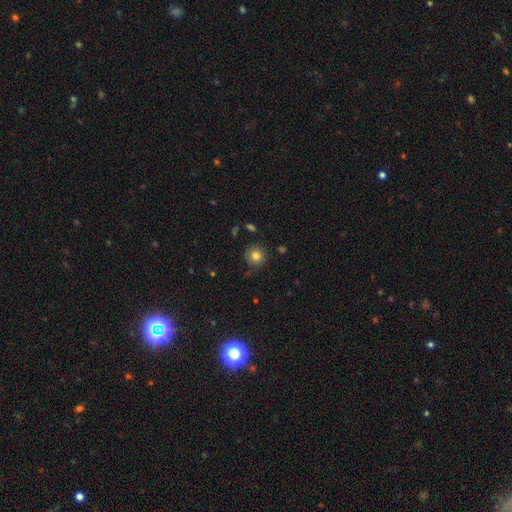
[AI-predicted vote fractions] The model was most divided on "smooth or featured": smooth: 81%, star or artifact: 11%, featured or disk: 8%. More confident: how rounded — round (94%); merging — none (83%).